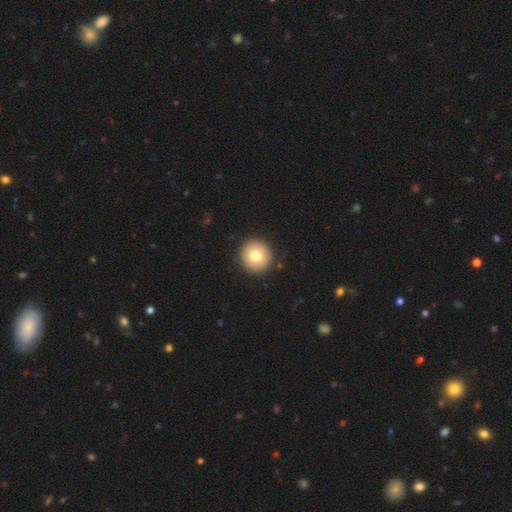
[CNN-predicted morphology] A smooth galaxy with no disk features (77%) that is round (96%).

Vote fractions:
- Smooth or featured? smooth: 77% / featured or disk: 14% / star or artifact: 9%
- How rounded? round: 96% / in between: 4% / cigar-shaped: 1%
- Merging? none: 92% / minor disturbance: 5% / major disturbance: 2% / merger: 1%